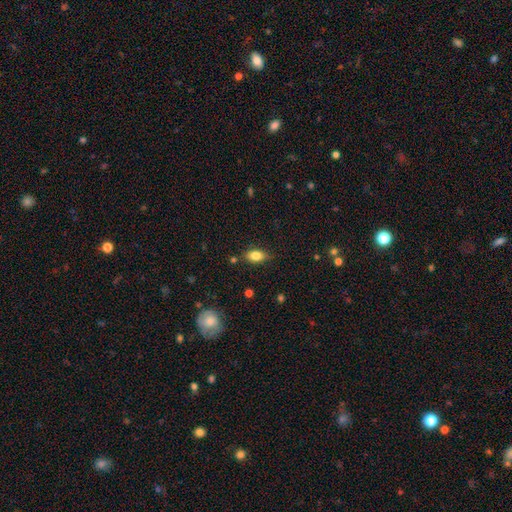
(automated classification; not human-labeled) smooth_or_featured: smooth (p=0.82) [alt: featured or disk p=0.10]
how_rounded: in between (p=0.86) [alt: round p=0.10]
merging: none (p=0.77) [alt: minor disturbance p=0.17]